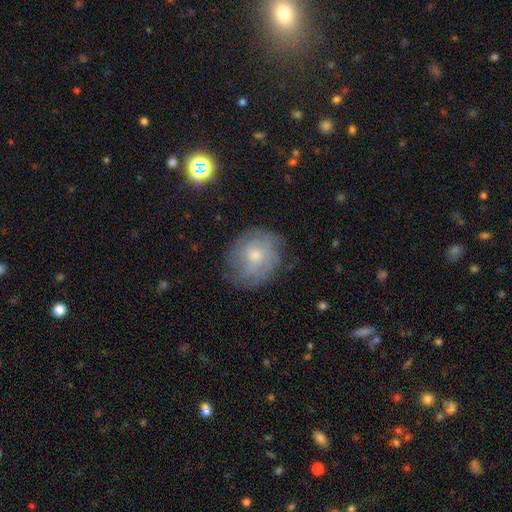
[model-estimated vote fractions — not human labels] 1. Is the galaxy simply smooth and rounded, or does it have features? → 48% featured or disk, 43% smooth, 10% star or artifact.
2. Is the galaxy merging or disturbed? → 70% none, 20% minor disturbance, 8% major disturbance, 1% merger.